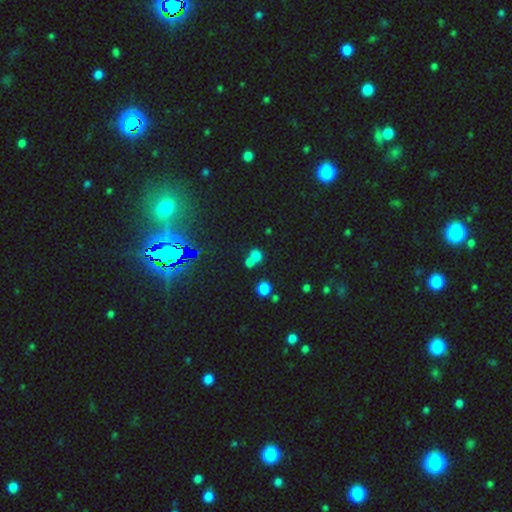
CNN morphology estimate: Smooth or featured: smooth — 62% (star or artifact — 27%)
How rounded: round — 74% (in between — 25%)
Merging: merger — 55% (none — 35%)